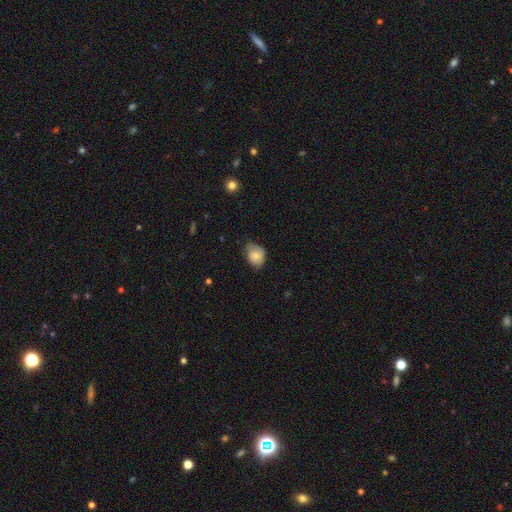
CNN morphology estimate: This is likely a smooth galaxy (73%). How rounded: likely in between (63%). Merging: possibly none (50%).